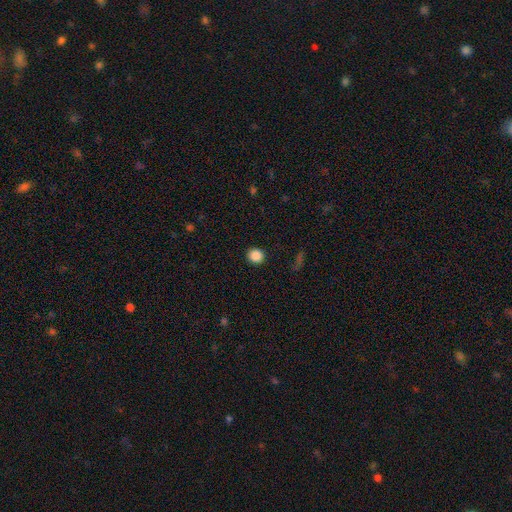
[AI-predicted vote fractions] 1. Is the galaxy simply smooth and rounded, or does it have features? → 87% smooth, 10% star or artifact, 3% featured or disk.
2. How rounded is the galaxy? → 89% round, 10% in between, 1% cigar-shaped.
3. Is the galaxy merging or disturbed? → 92% none, 5% minor disturbance, 2% major disturbance, 1% merger.